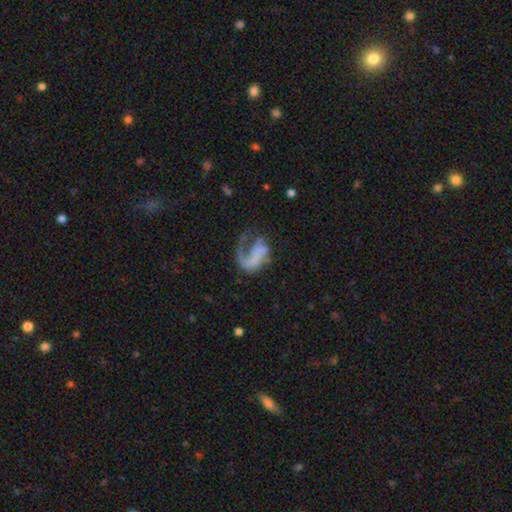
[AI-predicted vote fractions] Morphology: type=featured or disk (67%); edge-on=no (98%); bar=no (67%); spiral arms=yes (77%); winding=loose (59%); arm count=1 (82%); bulge=none (71%); merging=major disturbance (49%).